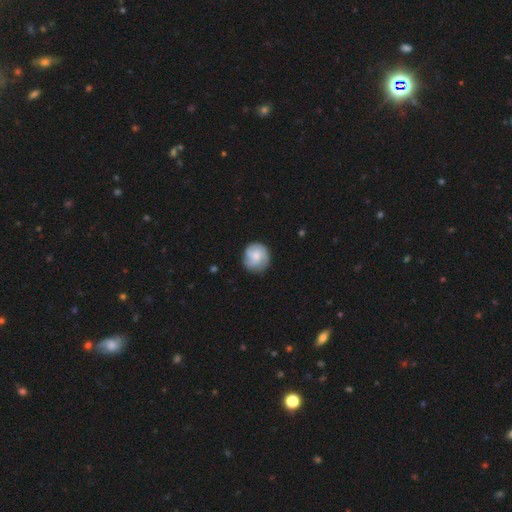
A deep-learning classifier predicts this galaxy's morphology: Overall: featured or disk (48%; smooth 46%). Merging: none (80%).